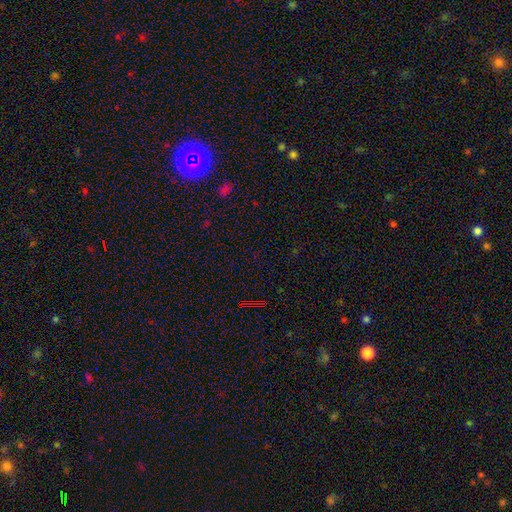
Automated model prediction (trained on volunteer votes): Morphology: type=star or artifact (74%).